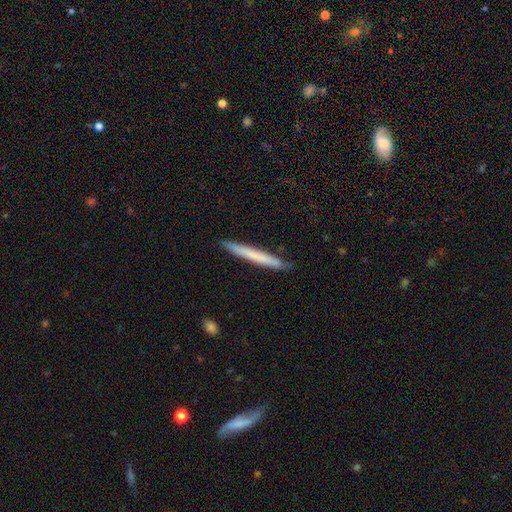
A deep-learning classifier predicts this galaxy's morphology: smooth 64%, featured or disk 30%, star or artifact 6%. Down the decision tree: how rounded — cigar-shaped (97%); merging — none (87%).